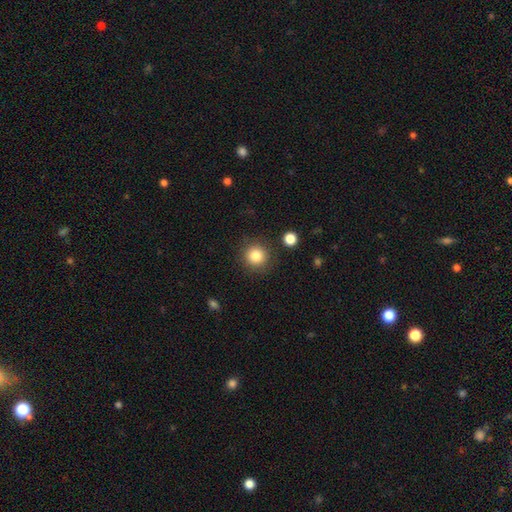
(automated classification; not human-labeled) smooth 84%, star or artifact 10%, featured or disk 6%. Down the decision tree: how rounded — round (92%); merging — none (87%).